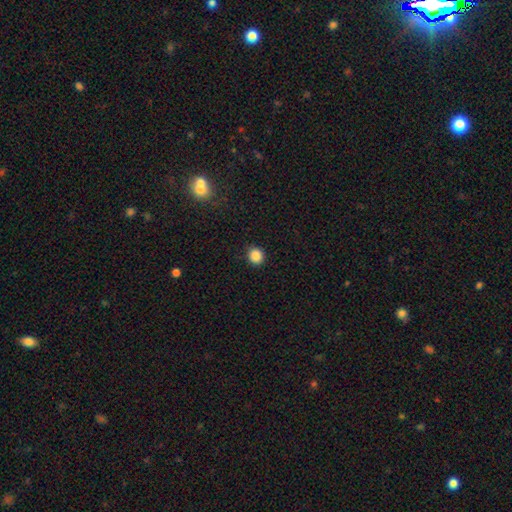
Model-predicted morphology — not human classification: A smooth galaxy with no disk features (87%) that is round (85%).

Vote fractions:
- Smooth or featured? smooth: 87% / star or artifact: 10% / featured or disk: 3%
- How rounded? round: 85% / in between: 14% / cigar-shaped: 1%
- Merging? none: 90% / minor disturbance: 7% / major disturbance: 2% / merger: 1%